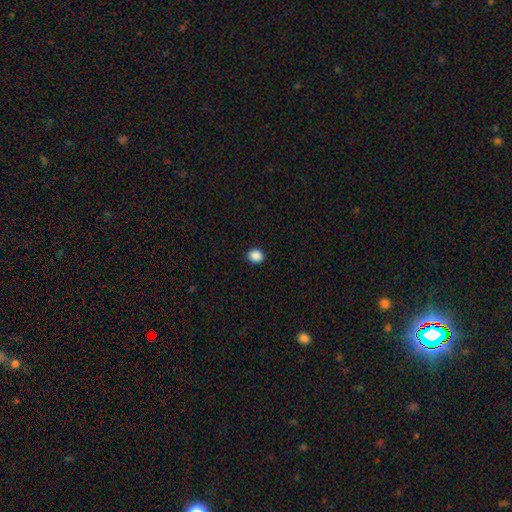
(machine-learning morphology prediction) A smooth galaxy with no disk features (88%) that is round (67%).

Vote fractions:
- Smooth or featured? smooth: 88% / star or artifact: 9% / featured or disk: 2%
- How rounded? round: 67% / in between: 32% / cigar-shaped: 1%
- Merging? none: 92% / minor disturbance: 6% / major disturbance: 2% / merger: 1%